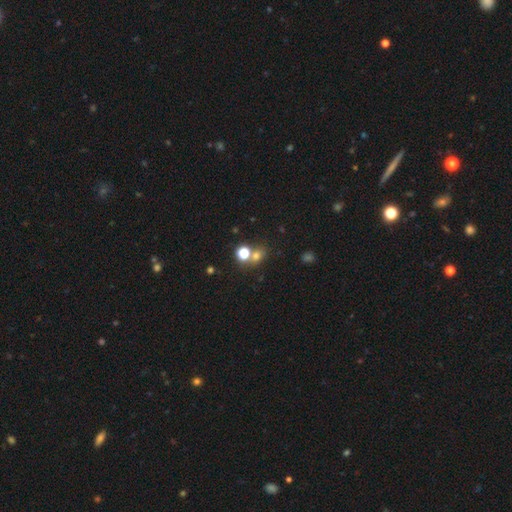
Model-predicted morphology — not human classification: Q: Smooth or featured?
A: smooth (64%); runner-up: star or artifact (26%)
Q: How rounded?
A: round (68%); runner-up: in between (30%)
Q: Merging?
A: none (57%); runner-up: merger (29%)